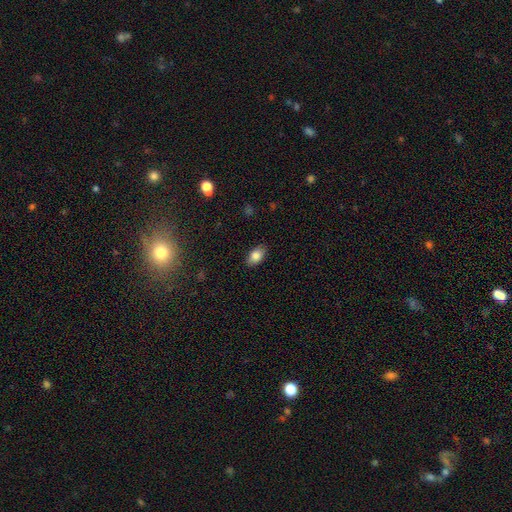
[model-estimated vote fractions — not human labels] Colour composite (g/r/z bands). It shows a smooth galaxy with no disk features (83%) that is in between round and cigar-shaped (89%). Merging: none (86%).